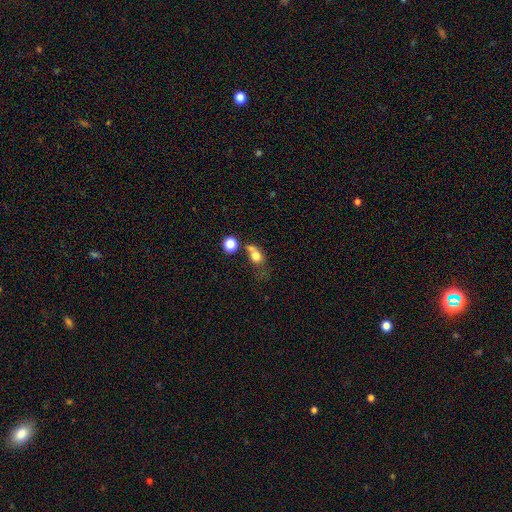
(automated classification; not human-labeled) This is likely a smooth galaxy (72%). How rounded: likely round (61%). Merging: marginally merger (42%).